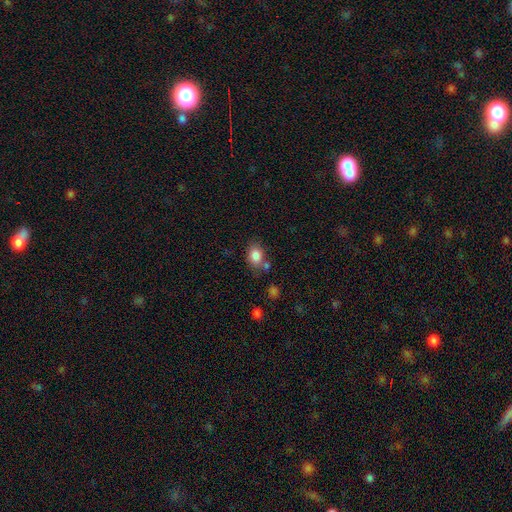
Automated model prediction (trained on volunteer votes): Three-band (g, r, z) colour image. It shows a smooth galaxy with no disk features (84%) that is in between round and cigar-shaped (67%). Merging: none (63%).